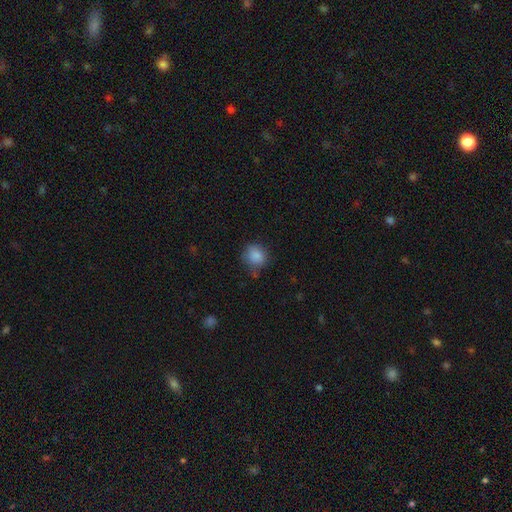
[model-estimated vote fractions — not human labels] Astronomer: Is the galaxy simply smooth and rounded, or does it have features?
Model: smooth — 86%.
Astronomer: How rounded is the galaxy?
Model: round — 77%.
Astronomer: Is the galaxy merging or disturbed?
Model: none — 71%.